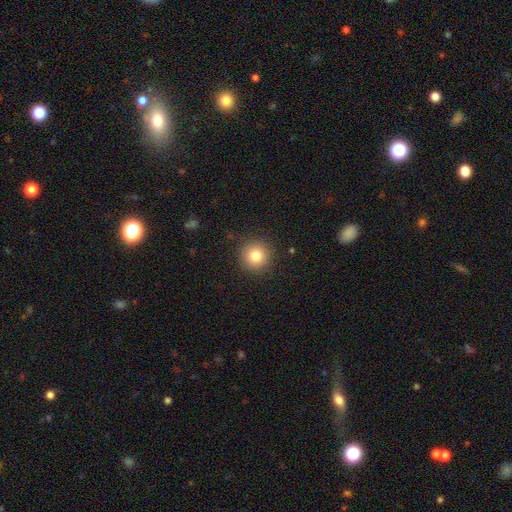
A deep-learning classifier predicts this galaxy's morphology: Smooth or featured: smooth — 81% (star or artifact — 11%)
How rounded: round — 94% (in between — 5%)
Merging: none — 89% (minor disturbance — 7%)